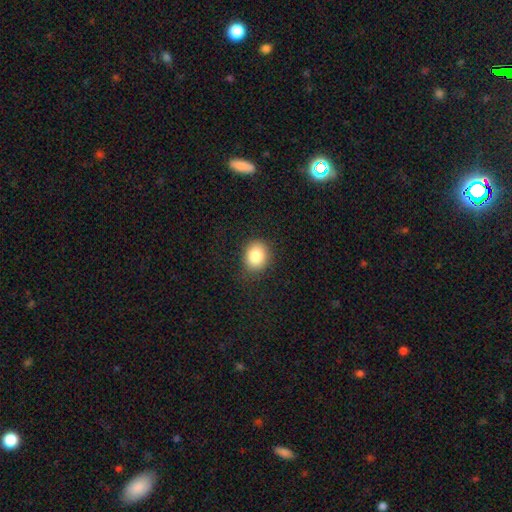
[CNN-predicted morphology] The model was most divided on "how rounded": round: 65%, in between: 34%, cigar-shaped: 1%. More confident: smooth or featured — smooth (83%); merging — none (82%).